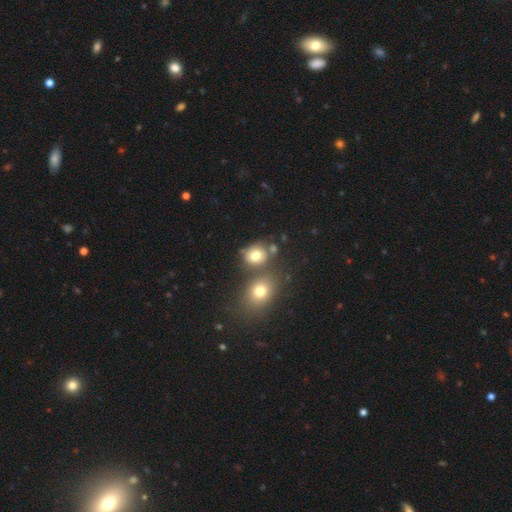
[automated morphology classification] Smooth or featured? Predicted: smooth (p=0.74). How rounded? Predicted: round (p=0.67). Merging? Predicted: none (p=0.56).